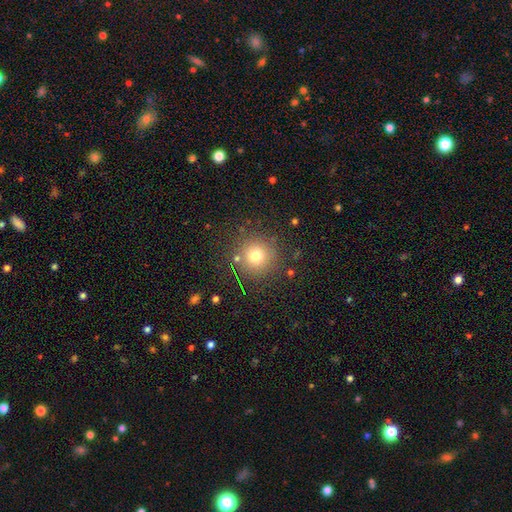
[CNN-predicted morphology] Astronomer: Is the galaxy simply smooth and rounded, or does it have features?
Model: smooth — 72%.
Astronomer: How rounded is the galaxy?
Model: round — 95%.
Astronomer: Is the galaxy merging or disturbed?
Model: none — 85%.